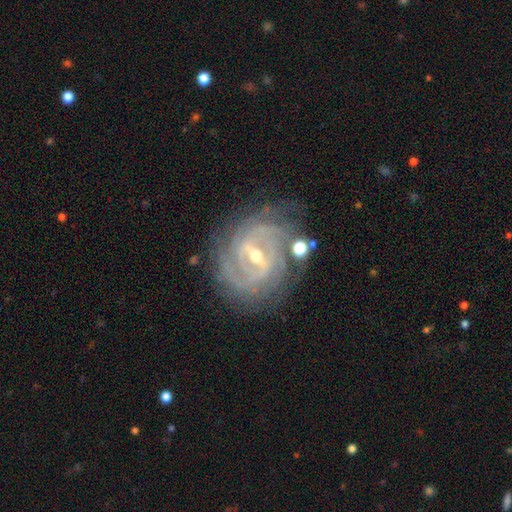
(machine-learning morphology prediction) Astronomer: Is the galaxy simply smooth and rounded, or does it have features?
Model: featured or disk — 90%.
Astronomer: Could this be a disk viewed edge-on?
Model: no — 96%.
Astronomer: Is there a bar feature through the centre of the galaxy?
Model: strong — 53% (runner-up: weak, 38%).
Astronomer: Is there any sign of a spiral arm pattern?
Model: yes — 97%.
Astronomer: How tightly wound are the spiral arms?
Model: tight — 75%.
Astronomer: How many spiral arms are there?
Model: can't tell — 23% (runner-up: 3, 22%).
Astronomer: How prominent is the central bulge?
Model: small — 53% (runner-up: moderate, 44%).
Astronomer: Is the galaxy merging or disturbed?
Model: none — 76%.